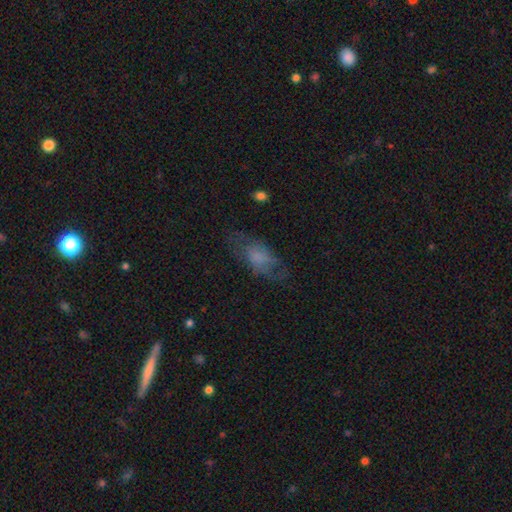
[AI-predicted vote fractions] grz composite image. It shows a smooth galaxy with no disk features (51%) that is in between round and cigar-shaped (80%). Merging: none (61%).